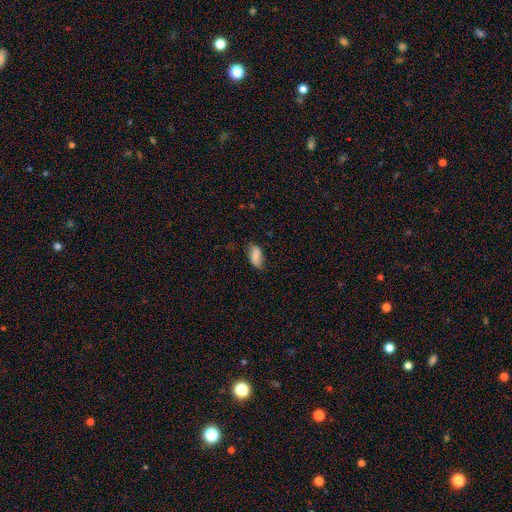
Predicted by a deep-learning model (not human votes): Morphology: type=smooth (76%); roundness=in between (90%); merging=none (62%).